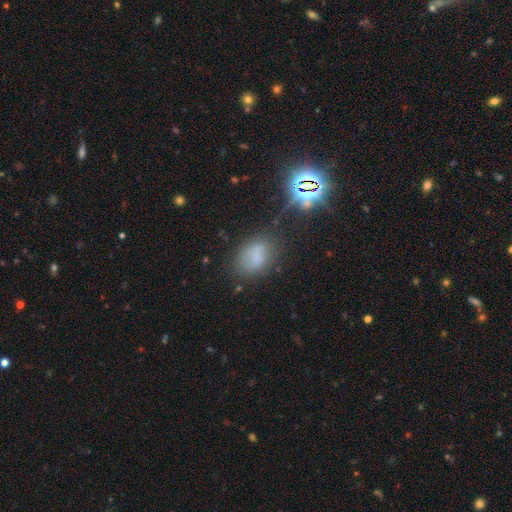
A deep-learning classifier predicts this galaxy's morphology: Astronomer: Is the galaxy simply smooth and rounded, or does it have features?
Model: smooth — 58%.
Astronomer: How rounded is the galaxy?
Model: in between — 81%.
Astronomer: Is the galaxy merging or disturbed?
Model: none — 59%.